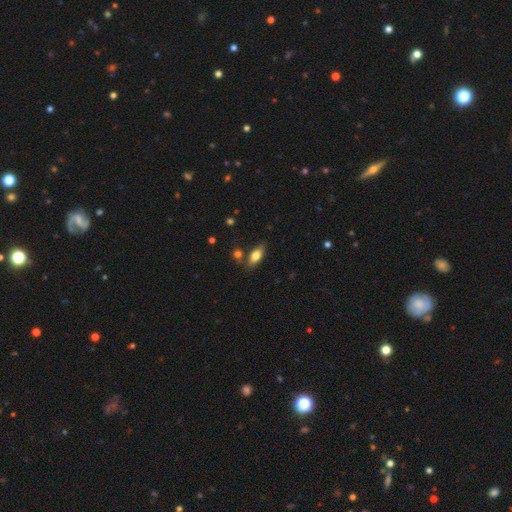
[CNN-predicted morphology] This is likely a smooth galaxy (77%). How rounded: clearly in between (85%). Merging: likely none (73%).